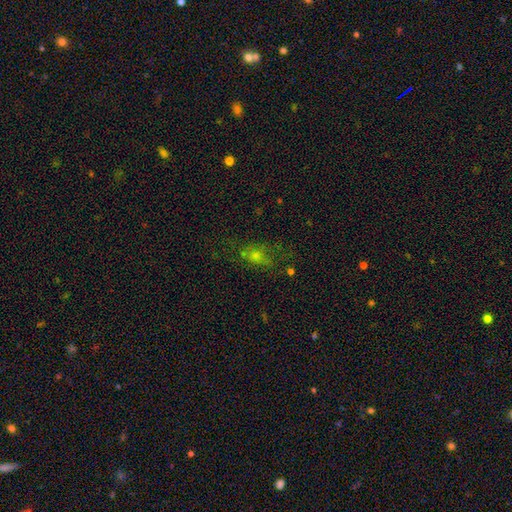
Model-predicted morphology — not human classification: This is marginally a smooth galaxy (42%). Merging: possibly none (56%).